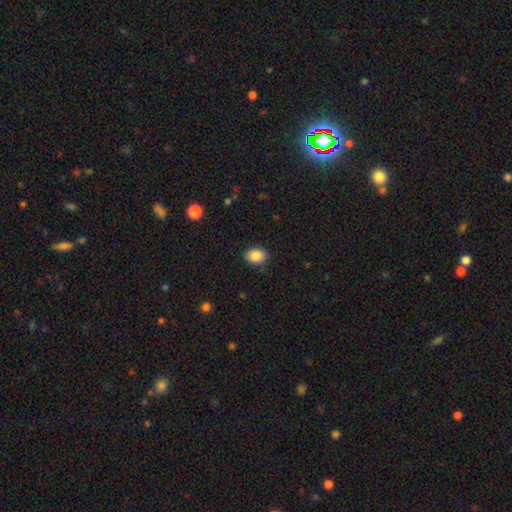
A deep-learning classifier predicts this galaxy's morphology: smooth 87%, star or artifact 9%, featured or disk 4%. Down the decision tree: how rounded — in between (59%); merging — none (86%).